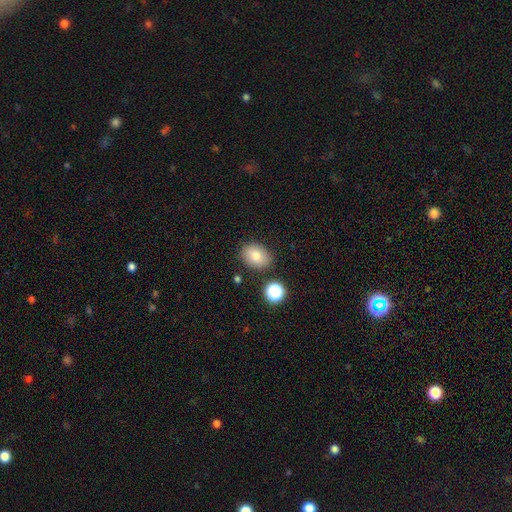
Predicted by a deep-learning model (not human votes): The model was most divided on "how rounded": in between: 64%, round: 35%, cigar-shaped: 1%. More confident: merging — none (83%); smooth or featured — smooth (78%).